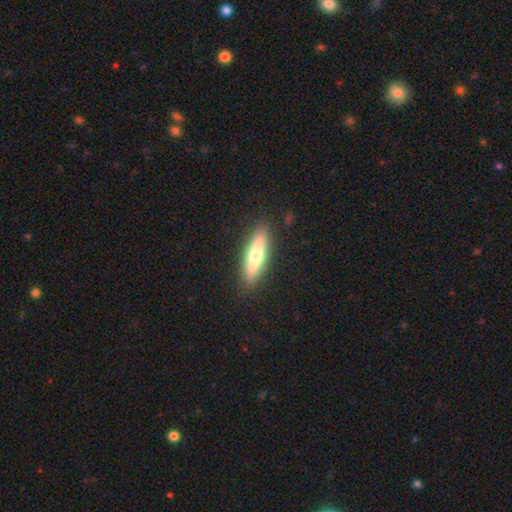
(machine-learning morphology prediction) The model was most divided on "smooth or featured": smooth: 57%, featured or disk: 37%, star or artifact: 6%. More confident: merging — none (89%); how rounded — cigar-shaped (69%).